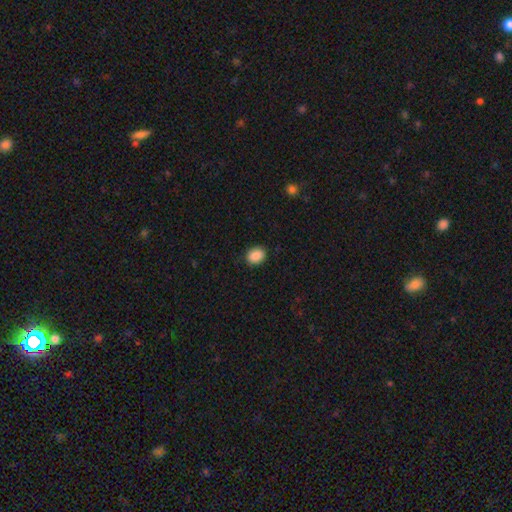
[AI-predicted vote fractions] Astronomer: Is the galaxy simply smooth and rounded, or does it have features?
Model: smooth — 89%.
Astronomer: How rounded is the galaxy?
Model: in between — 54% (runner-up: round, 45%).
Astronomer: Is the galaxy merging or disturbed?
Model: none — 89%.